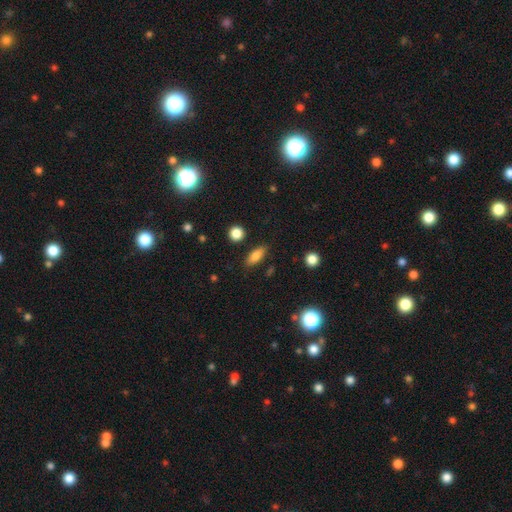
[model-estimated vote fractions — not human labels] Smooth or featured? Predicted: smooth (p=0.80). How rounded? Predicted: in between (p=0.72). Merging? Predicted: none (p=0.84).